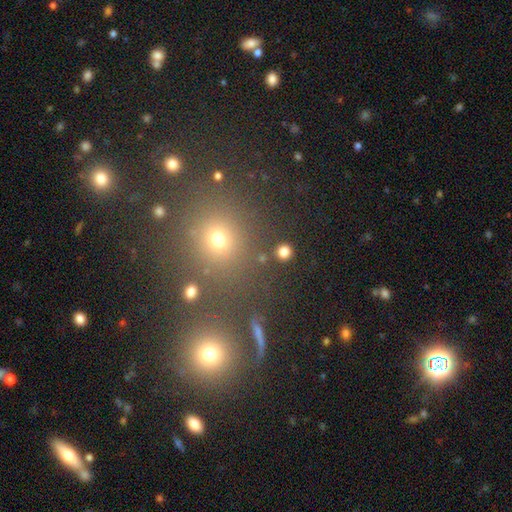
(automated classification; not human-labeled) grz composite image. It shows a smooth galaxy with no disk features (50%) that is round (89%). Merging: none (80%).